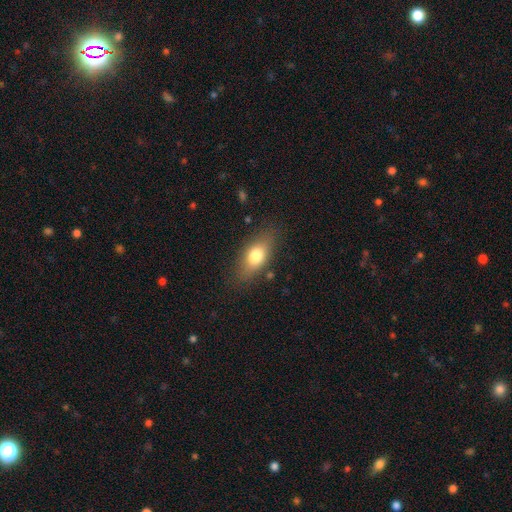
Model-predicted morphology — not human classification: Overall: smooth (74%). How rounded: in between (81%). Merging: none (80%).